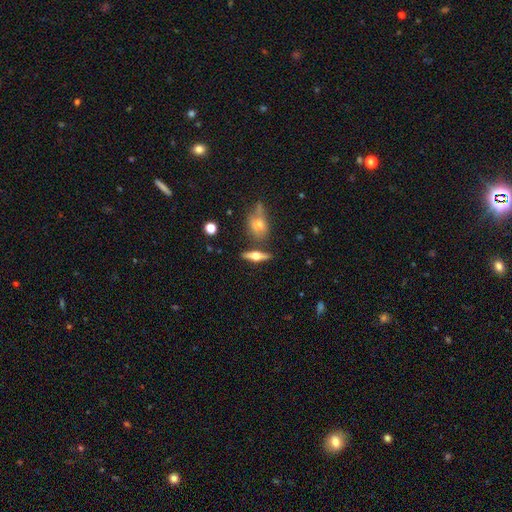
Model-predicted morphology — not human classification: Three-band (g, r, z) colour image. It shows a featured or disk galaxy (63%) viewed edge-on (94%) with a rounded central bulge (95%). Merging: none (77%).